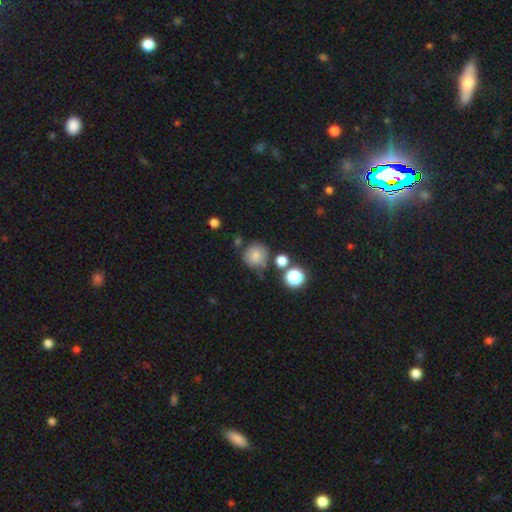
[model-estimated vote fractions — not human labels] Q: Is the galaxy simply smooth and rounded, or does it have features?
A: smooth — 73%.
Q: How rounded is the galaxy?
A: round — 88%.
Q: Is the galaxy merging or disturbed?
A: none — 60%.